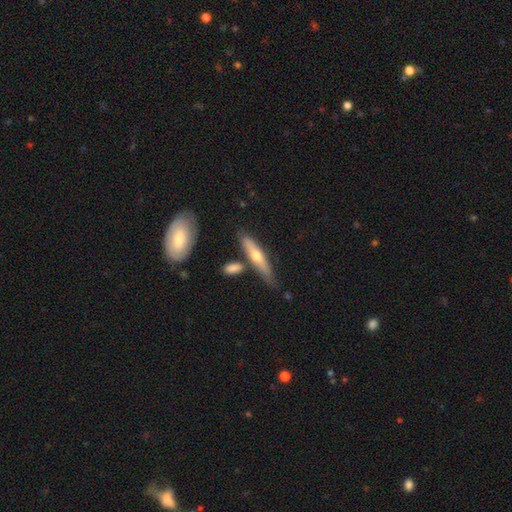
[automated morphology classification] Smooth or featured: featured or disk — 48% (smooth — 47%)
Merging: none — 68% (minor disturbance — 16%)